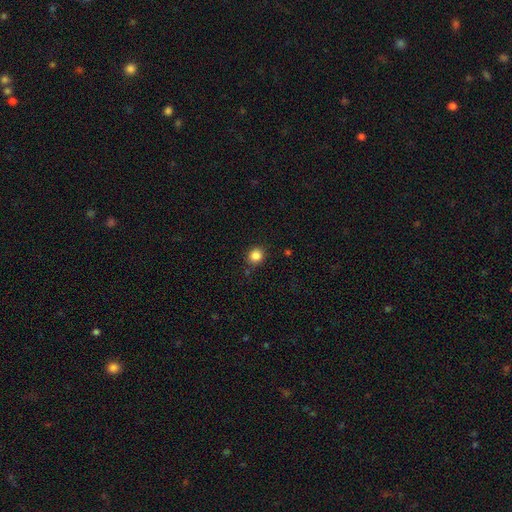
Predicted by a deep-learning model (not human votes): This appears to be a smooth galaxy with no disk features (85%) that is round (85%). Merging: none (86%).